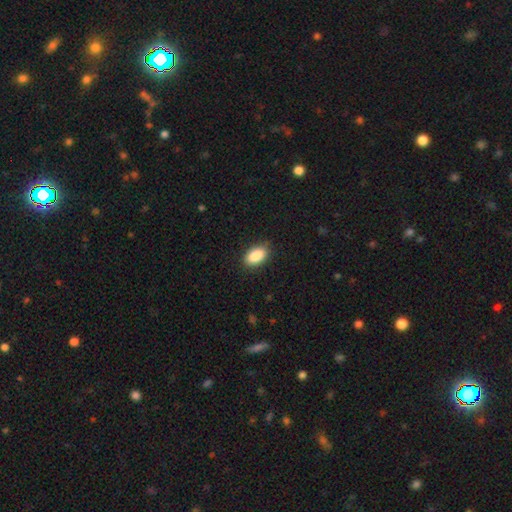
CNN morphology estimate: Smooth or featured: smooth — 89% (star or artifact — 7%)
How rounded: in between — 92% (round — 5%)
Merging: none — 87% (minor disturbance — 10%)